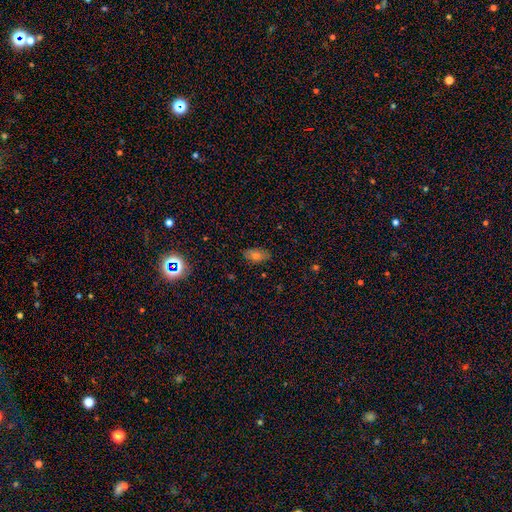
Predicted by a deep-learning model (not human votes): Smooth or featured: smooth — 62% (star or artifact — 21%)
How rounded: in between — 85% (round — 11%)
Merging: none — 83% (minor disturbance — 13%)